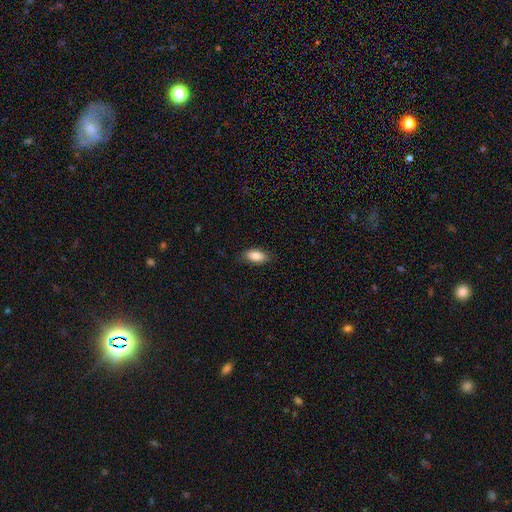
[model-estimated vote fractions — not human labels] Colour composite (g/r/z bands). It shows a smooth galaxy with no disk features (85%) that is in between round and cigar-shaped (91%). Merging: none (84%).